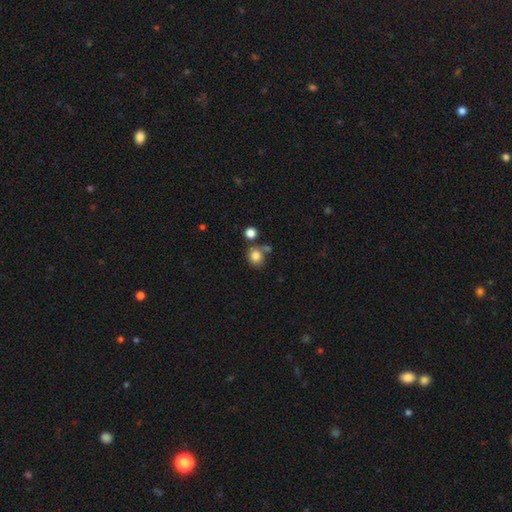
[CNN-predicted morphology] A smooth galaxy with no disk features (82%) that is round (78%).

Vote fractions:
- Smooth or featured? smooth: 82% / star or artifact: 11% / featured or disk: 7%
- How rounded? round: 78% / in between: 22% / cigar-shaped: 1%
- Merging? none: 65% / merger: 18% / minor disturbance: 12% / major disturbance: 4%